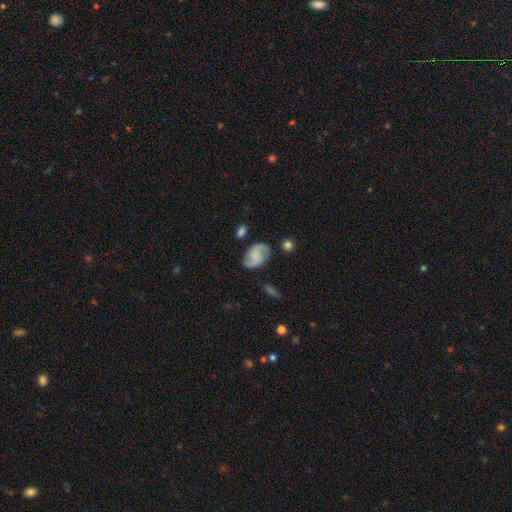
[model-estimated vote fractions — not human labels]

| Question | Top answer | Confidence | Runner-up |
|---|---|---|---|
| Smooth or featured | featured or disk | 67% | smooth (25%) |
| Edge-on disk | no | 97% | yes (3%) |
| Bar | no | 58% | weak (34%) |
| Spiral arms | yes | 94% | no (6%) |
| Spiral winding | medium | 44% | loose (36%) |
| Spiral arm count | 2 | 91% | can't tell (4%) |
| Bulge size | none | 57% | small (24%) |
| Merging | none | 75% | minor disturbance (17%) |